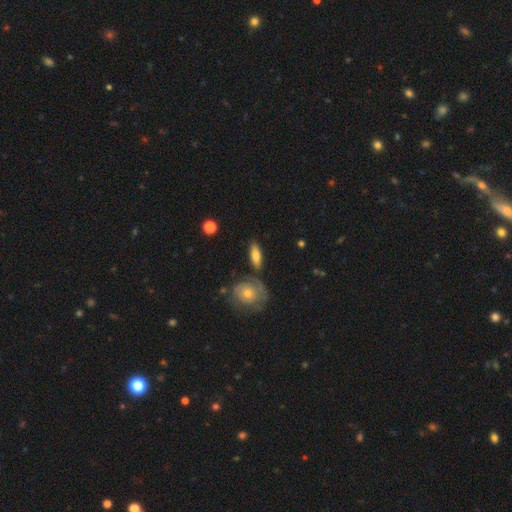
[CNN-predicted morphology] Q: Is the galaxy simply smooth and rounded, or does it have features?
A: smooth — 75%.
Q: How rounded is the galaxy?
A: in between — 71%.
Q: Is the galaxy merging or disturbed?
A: none — 75%.